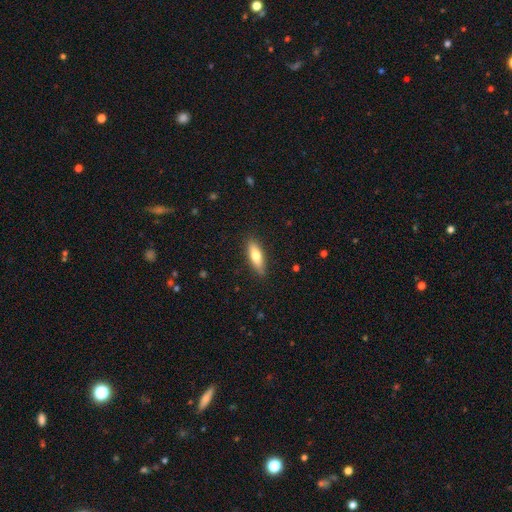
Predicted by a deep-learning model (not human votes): This is likely a smooth galaxy (71%). How rounded: possibly in between (51%). Merging: clearly none (86%).